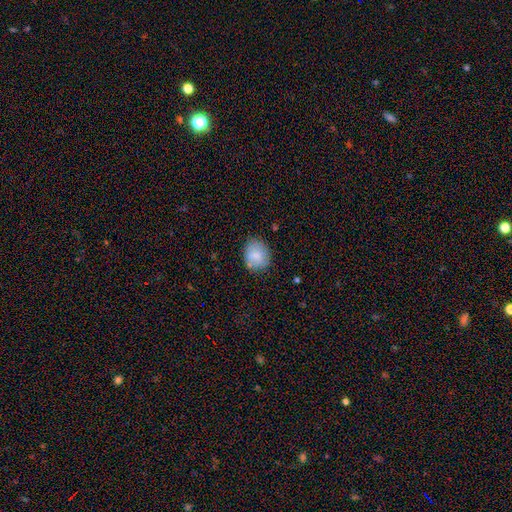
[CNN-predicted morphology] A smooth galaxy with no disk features (80%) that is round (58%). Merging: none (75%).